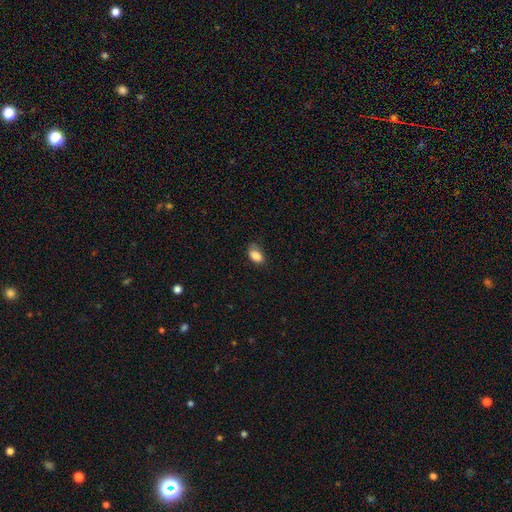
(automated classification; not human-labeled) Smooth or featured: smooth — 86% (star or artifact — 8%)
How rounded: in between — 90% (round — 8%)
Merging: none — 71% (minor disturbance — 23%)